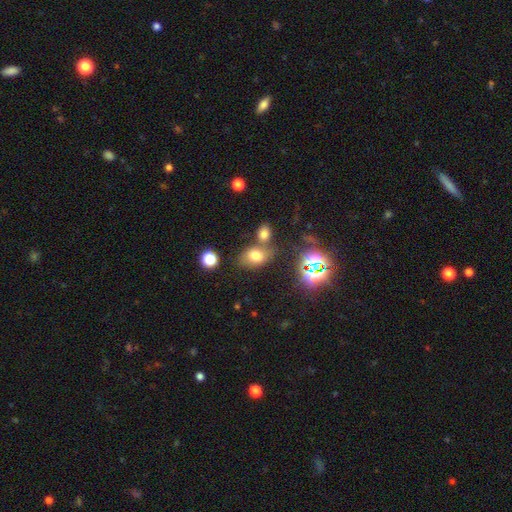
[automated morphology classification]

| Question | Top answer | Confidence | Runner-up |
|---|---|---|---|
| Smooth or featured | smooth | 70% | star or artifact (19%) |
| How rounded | in between | 76% | round (22%) |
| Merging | none | 59% | merger (23%) |